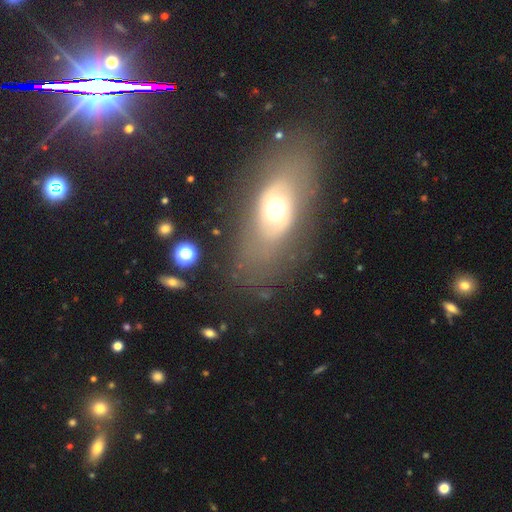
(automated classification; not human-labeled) Q: Smooth or featured?
A: featured or disk (52%); runner-up: smooth (34%)
Q: Edge-on disk?
A: no (80%); runner-up: yes (20%)
Q: Merging?
A: none (78%); runner-up: minor disturbance (13%)